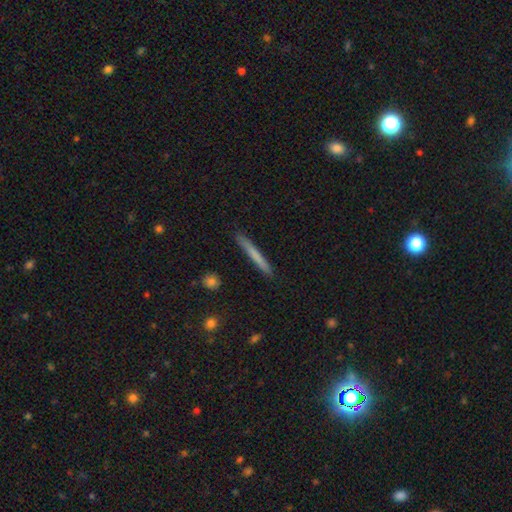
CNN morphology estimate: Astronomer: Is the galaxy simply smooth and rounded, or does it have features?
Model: smooth — 69%.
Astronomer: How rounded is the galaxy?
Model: cigar-shaped — 97%.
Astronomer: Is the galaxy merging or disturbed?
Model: none — 90%.